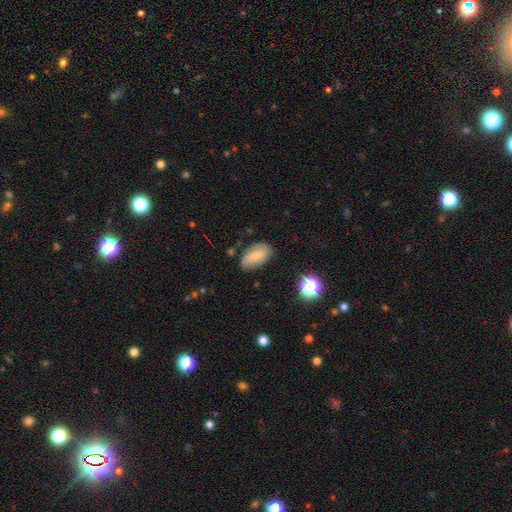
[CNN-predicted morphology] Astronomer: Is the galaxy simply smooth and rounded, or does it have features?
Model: smooth — 69%.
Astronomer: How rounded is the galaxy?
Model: in between — 92%.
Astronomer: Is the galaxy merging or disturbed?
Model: none — 73%.